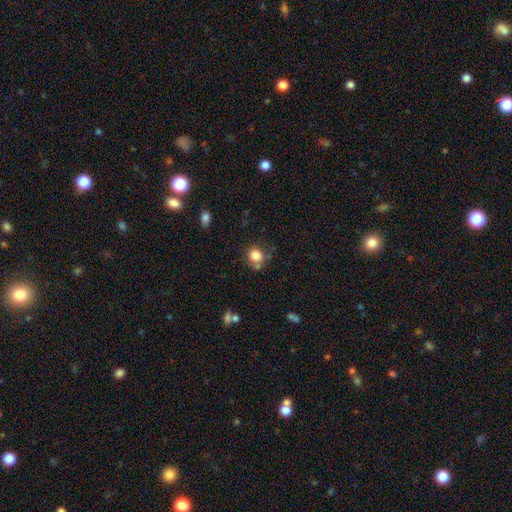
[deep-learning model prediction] Q: Smooth or featured?
A: smooth (82%); runner-up: star or artifact (11%)
Q: How rounded?
A: round (82%); runner-up: in between (17%)
Q: Merging?
A: none (66%); runner-up: minor disturbance (16%)